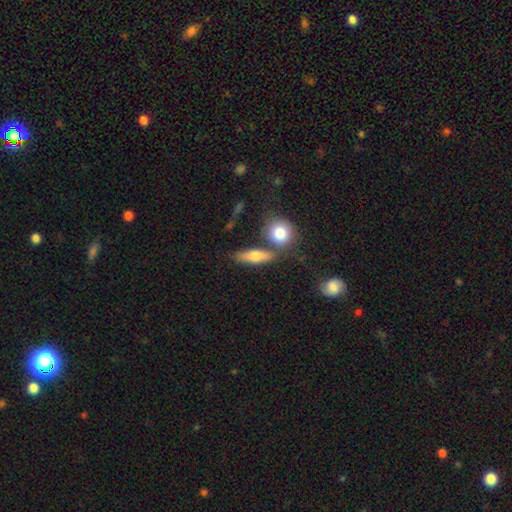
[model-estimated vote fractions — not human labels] This is likely a smooth galaxy (71%). How rounded: possibly in between (45%). Merging: likely none (67%).